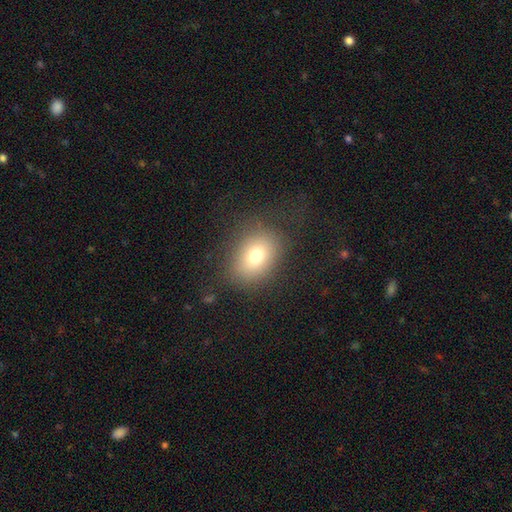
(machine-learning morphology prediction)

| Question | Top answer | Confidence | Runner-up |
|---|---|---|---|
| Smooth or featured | smooth | 75% | featured or disk (13%) |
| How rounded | in between | 65% | round (34%) |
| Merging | none | 78% | minor disturbance (13%) |